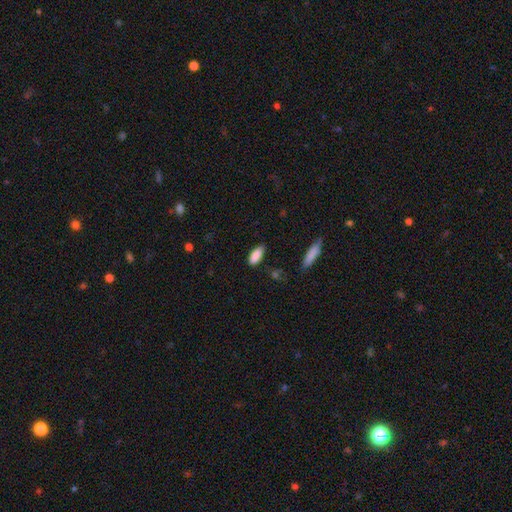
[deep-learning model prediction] Overall: smooth (88%). How rounded: in between (80%). Merging: none (78%).